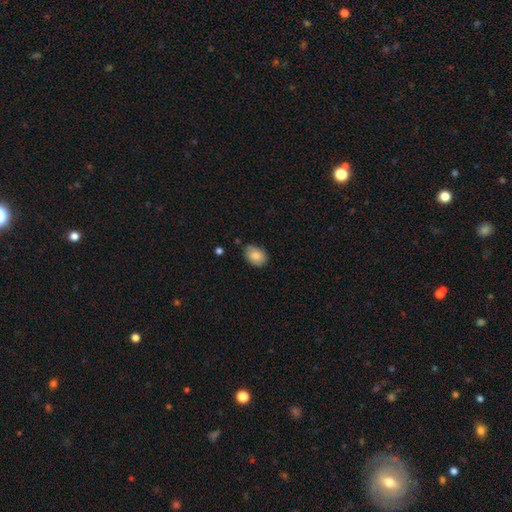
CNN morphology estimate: The model was most divided on "how rounded": in between: 72%, round: 27%, cigar-shaped: 1%. More confident: smooth or featured — smooth (86%); merging — none (77%).